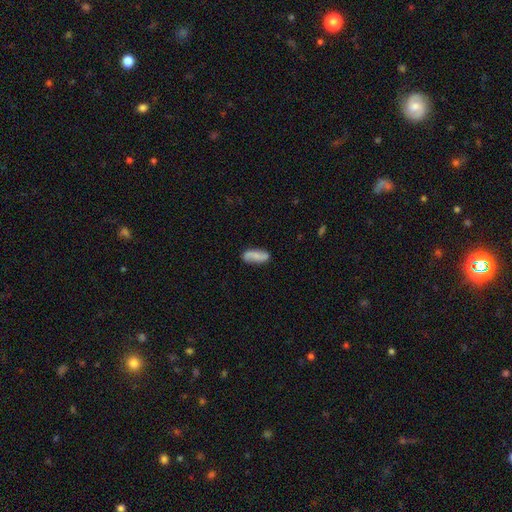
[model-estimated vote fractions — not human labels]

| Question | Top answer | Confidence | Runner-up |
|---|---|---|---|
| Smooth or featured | smooth | 54% | featured or disk (39%) |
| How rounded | in between | 71% | cigar-shaped (26%) |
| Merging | none | 79% | minor disturbance (16%) |